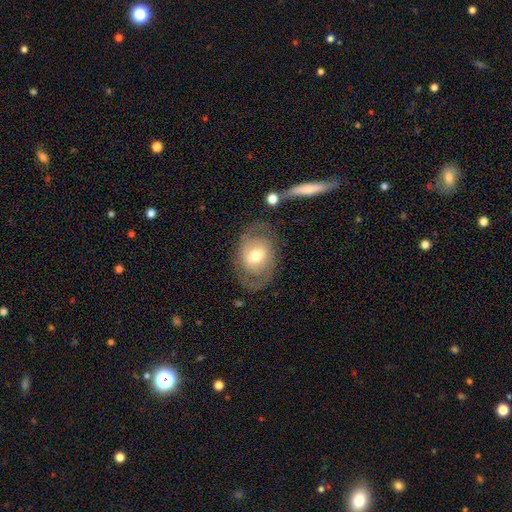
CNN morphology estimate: Overall: featured or disk (54%; smooth 39%). Edge-on disk: no (93%). Merging: none (66%).